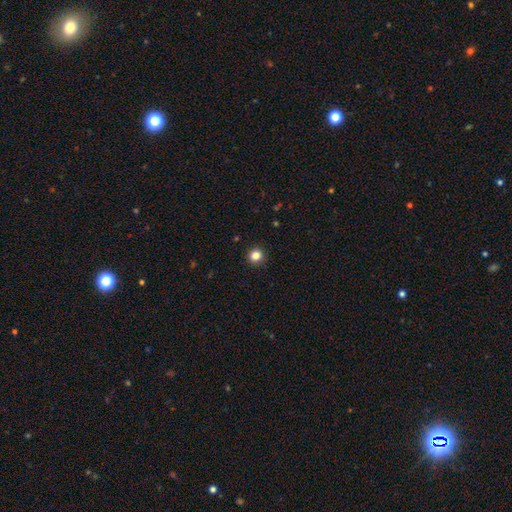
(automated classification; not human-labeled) smooth-or-featured: smooth: 84% | star or artifact: 12% | featured or disk: 4%
  how-rounded: round: 94% | in between: 5% | cigar-shaped: 1%
  merging: none: 93% | minor disturbance: 5% | major disturbance: 2% | merger: 1%